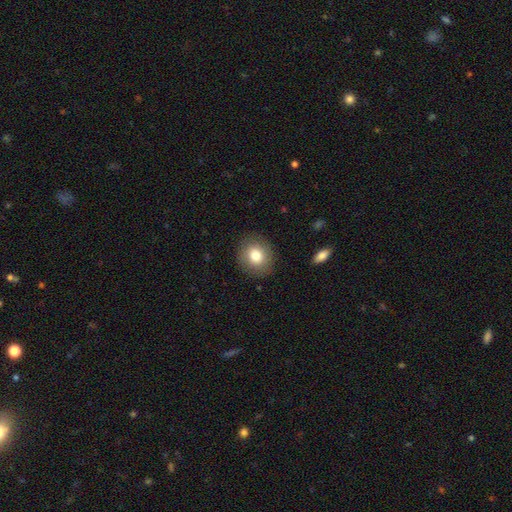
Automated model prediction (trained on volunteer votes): smooth 79%, featured or disk 11%, star or artifact 9%. Down the decision tree: how rounded — round (78%); merging — none (88%).